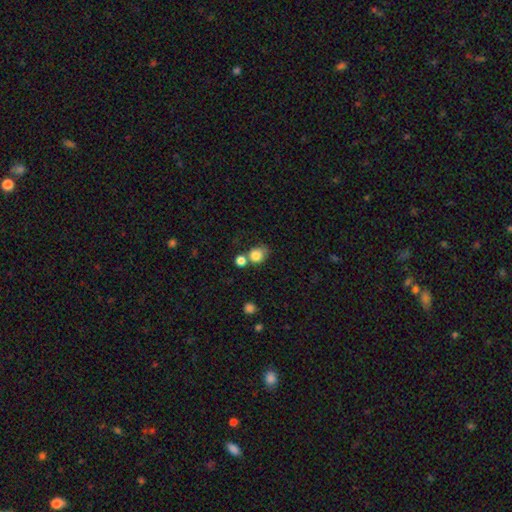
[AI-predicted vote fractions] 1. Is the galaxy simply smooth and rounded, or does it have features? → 82% smooth, 10% star or artifact, 7% featured or disk.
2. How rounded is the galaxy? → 69% round, 30% in between, 1% cigar-shaped.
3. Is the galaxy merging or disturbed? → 49% none, 28% merger, 16% minor disturbance, 7% major disturbance.